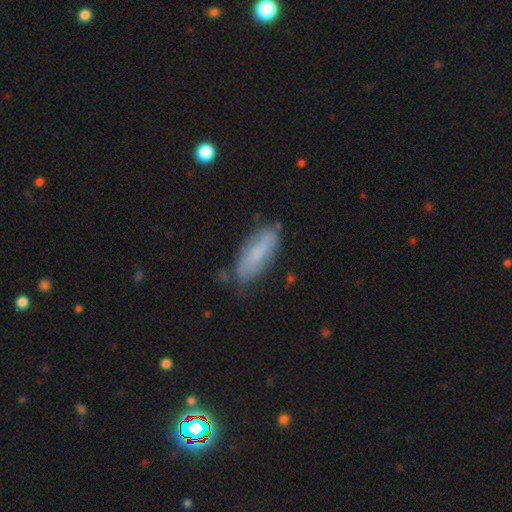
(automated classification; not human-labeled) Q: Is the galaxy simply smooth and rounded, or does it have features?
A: smooth — 68%.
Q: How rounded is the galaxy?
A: in between — 67%.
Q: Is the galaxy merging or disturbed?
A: none — 68%.